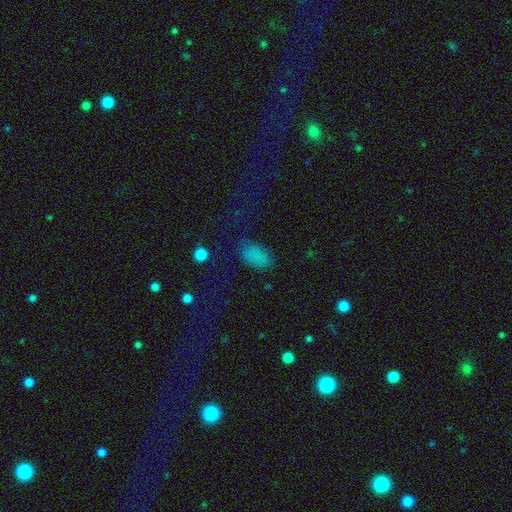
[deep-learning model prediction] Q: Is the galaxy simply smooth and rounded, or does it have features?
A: smooth — 76%.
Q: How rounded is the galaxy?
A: in between — 93%.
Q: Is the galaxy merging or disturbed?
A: none — 72%.